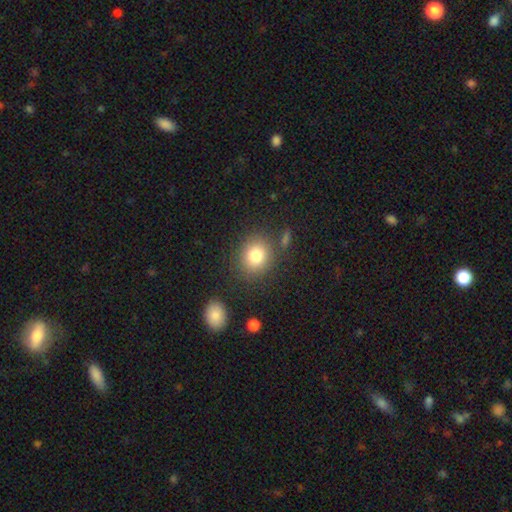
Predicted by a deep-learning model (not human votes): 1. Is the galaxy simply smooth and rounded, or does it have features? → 80% smooth, 11% star or artifact, 9% featured or disk.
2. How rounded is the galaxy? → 74% round, 25% in between, 1% cigar-shaped.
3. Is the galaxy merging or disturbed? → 81% none, 10% minor disturbance, 5% merger, 4% major disturbance.